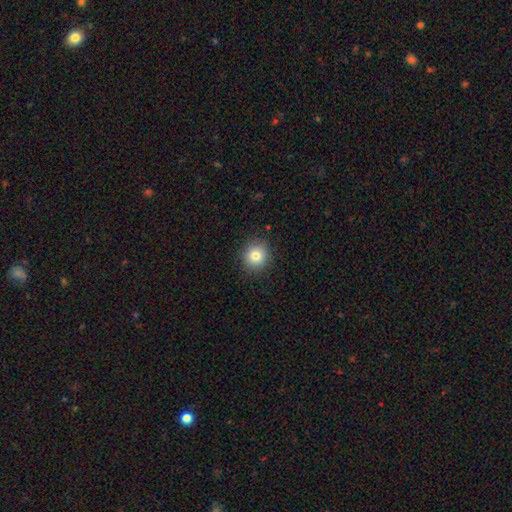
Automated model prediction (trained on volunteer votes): A smooth galaxy with no disk features (81%) that is round (90%). Merging: none (89%).